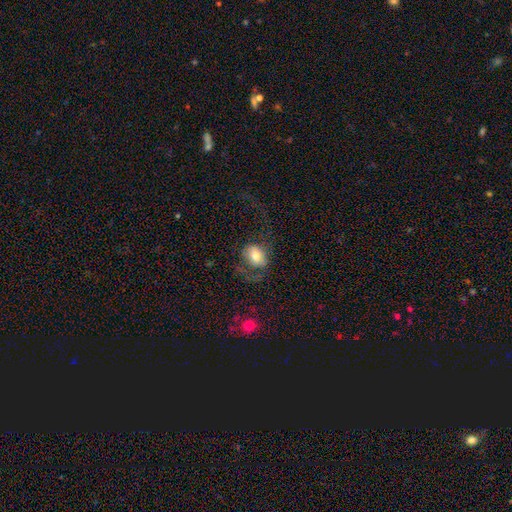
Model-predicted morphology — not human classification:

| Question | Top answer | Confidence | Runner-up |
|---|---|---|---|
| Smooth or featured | smooth | 61% | featured or disk (31%) |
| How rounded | in between | 55% | round (44%) |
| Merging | major disturbance | 42% | none (38%) |